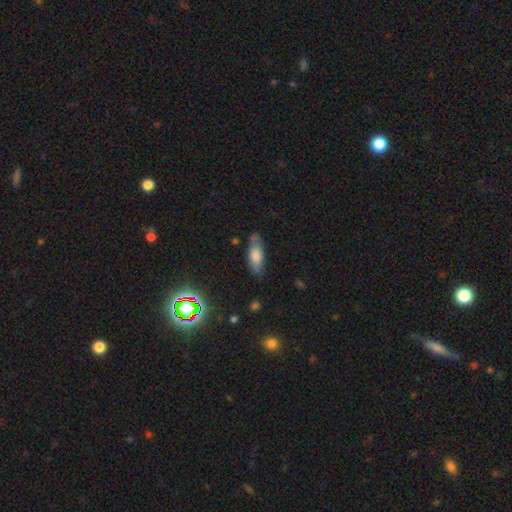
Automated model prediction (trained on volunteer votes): smooth 61%, featured or disk 27%, star or artifact 12%. Down the decision tree: how rounded — in between (71%); merging — none (75%).